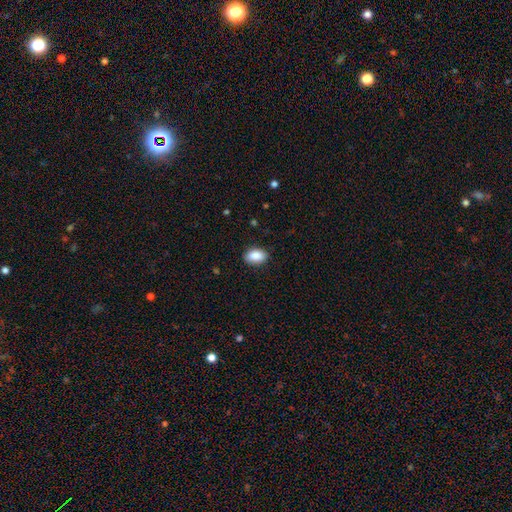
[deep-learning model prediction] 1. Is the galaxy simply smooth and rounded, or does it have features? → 89% smooth, 7% star or artifact, 4% featured or disk.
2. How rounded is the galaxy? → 88% in between, 10% round, 1% cigar-shaped.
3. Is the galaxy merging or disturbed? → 87% none, 10% minor disturbance, 2% major disturbance, 1% merger.